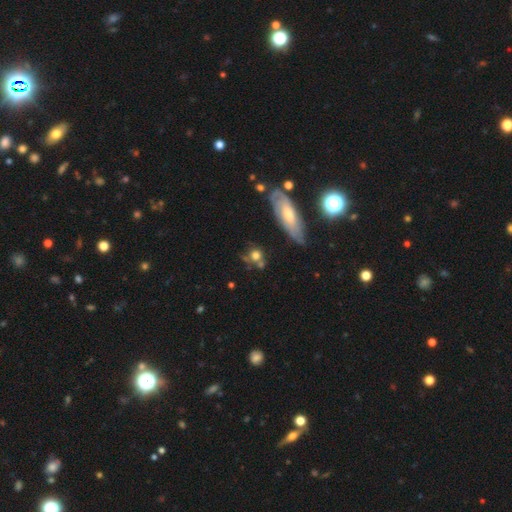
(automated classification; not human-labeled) Overall: smooth (63%; featured or disk 24%). How rounded: round (76%). Merging: none (52%; merger 21%).